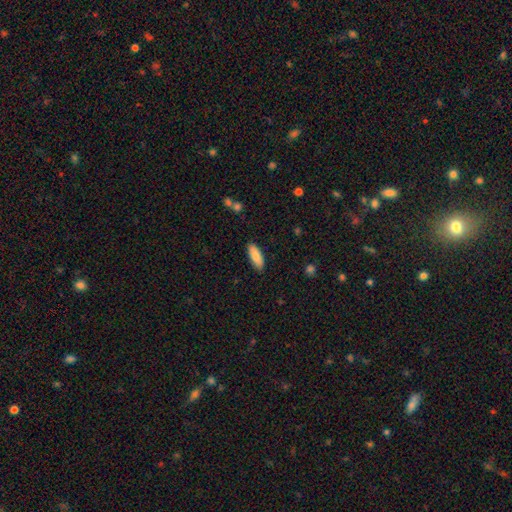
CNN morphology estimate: This is clearly a smooth galaxy (87%). How rounded: likely in between (66%). Merging: clearly none (88%).